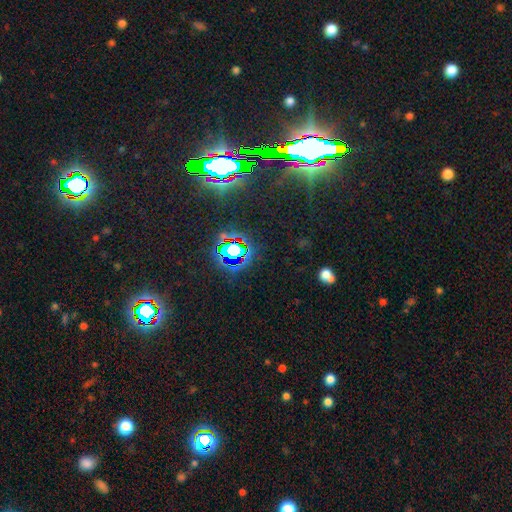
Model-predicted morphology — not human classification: Q: Smooth or featured?
A: star or artifact (83%); runner-up: smooth (9%)